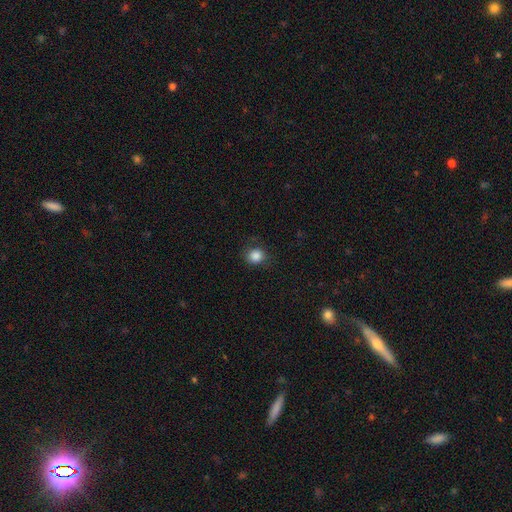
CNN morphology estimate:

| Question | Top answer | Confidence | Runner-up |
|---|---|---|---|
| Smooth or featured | smooth | 85% | star or artifact (10%) |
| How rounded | round | 83% | in between (16%) |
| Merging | none | 81% | minor disturbance (13%) |